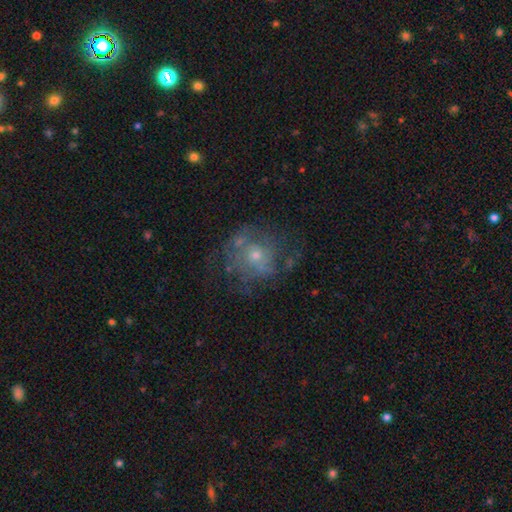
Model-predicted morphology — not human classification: Overall: featured or disk (56%; smooth 31%). Edge-on disk: no (97%). Bar: no (84%). Spiral arms: no (54%; yes 46%). Bulge size: small (57%; moderate 37%). Merging: none (57%; minor disturbance 20%).